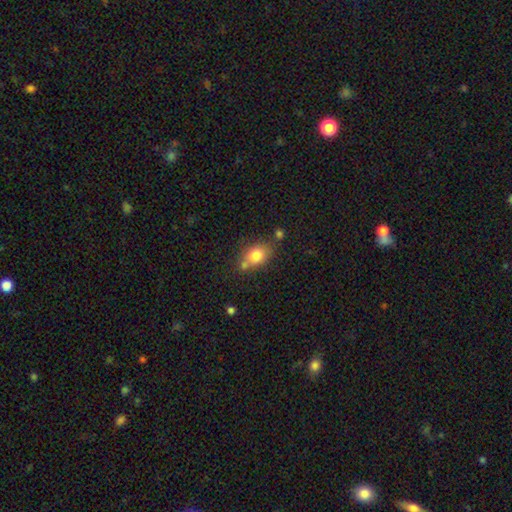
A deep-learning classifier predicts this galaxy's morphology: Smooth or featured? smooth (79%)
How rounded? in between (69%)
Merging? none (60%)